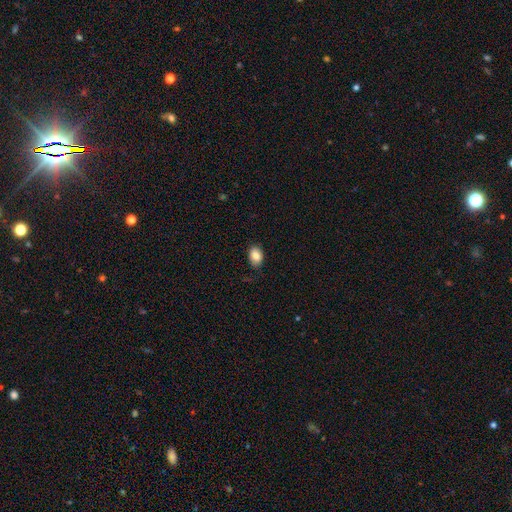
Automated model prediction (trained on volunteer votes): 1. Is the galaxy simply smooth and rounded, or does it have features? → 85% smooth, 8% star or artifact, 7% featured or disk.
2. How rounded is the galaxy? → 79% in between, 20% round, 1% cigar-shaped.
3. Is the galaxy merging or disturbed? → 79% none, 17% minor disturbance, 3% major disturbance, 1% merger.